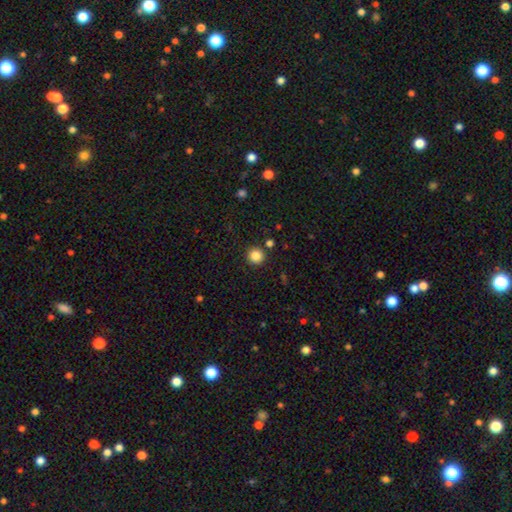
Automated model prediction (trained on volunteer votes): Smooth or featured?
  - smooth: 85% *
  - star or artifact: 11%
  - featured or disk: 4%
How rounded?
  - round: 95% *
  - in between: 4%
  - cigar-shaped: 1%
Merging?
  - none: 90% *
  - minor disturbance: 5%
  - merger: 3%
  - major disturbance: 2%